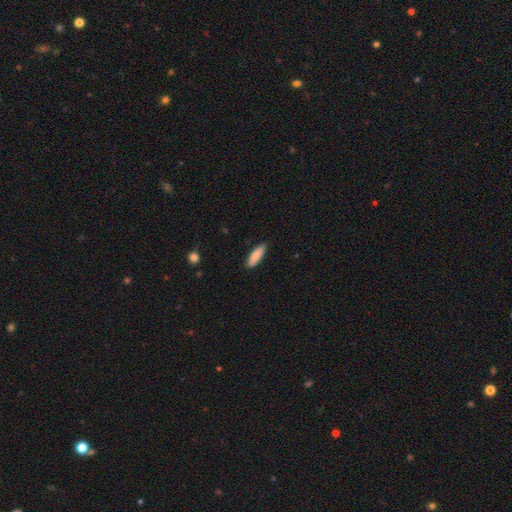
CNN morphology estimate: A smooth galaxy with no disk features (87%) that is cigar-shaped (55%).

Vote fractions:
- Smooth or featured? smooth: 87% / featured or disk: 7% / star or artifact: 6%
- How rounded? cigar-shaped: 55% / in between: 44% / round: 2%
- Merging? none: 87% / minor disturbance: 10% / major disturbance: 2% / merger: 1%